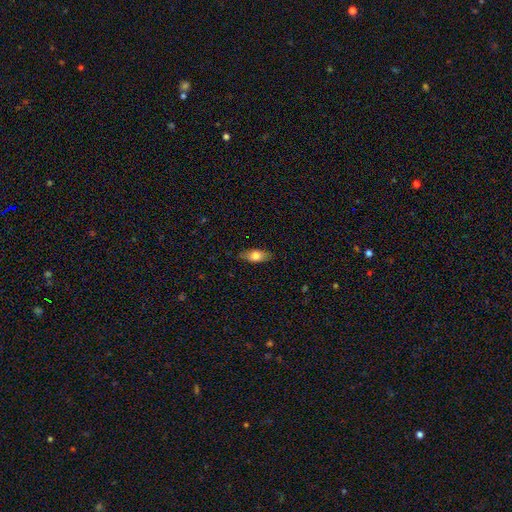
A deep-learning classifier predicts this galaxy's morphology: A smooth galaxy with no disk features (74%) that is in between round and cigar-shaped (83%). Merging: none (82%).